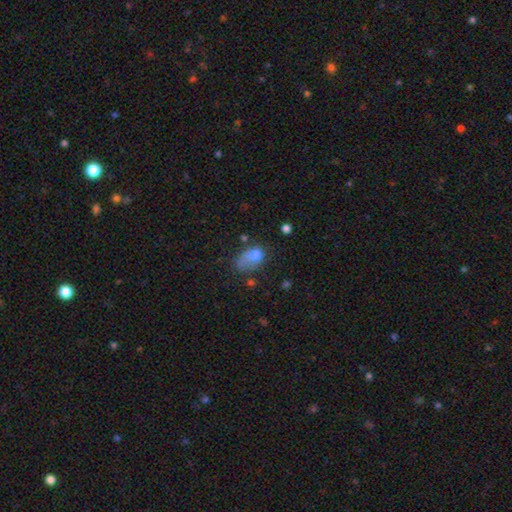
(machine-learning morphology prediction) Smooth or featured? smooth (71%)
How rounded? in between (75%)
Merging? major disturbance (40%)